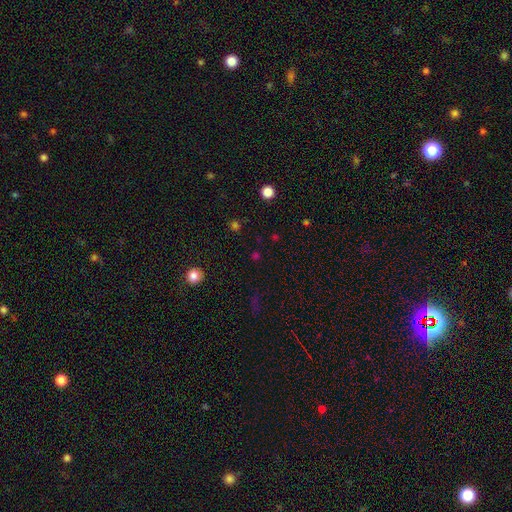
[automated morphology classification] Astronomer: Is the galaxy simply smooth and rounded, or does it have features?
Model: smooth — 51% (runner-up: star or artifact, 42%).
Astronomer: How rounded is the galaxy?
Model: round — 85%.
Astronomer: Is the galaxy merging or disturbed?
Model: none — 83%.